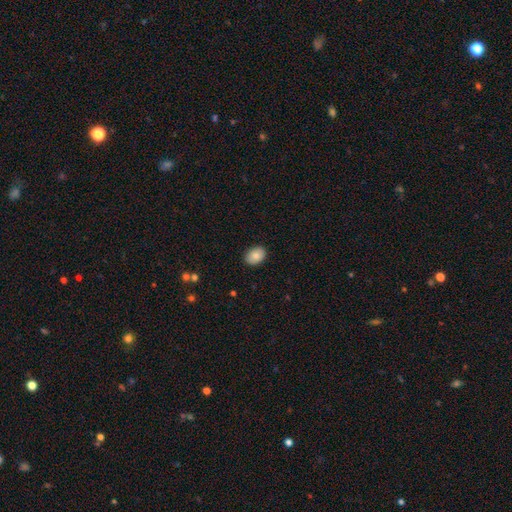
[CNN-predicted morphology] A smooth galaxy with no disk features (84%) that is in between round and cigar-shaped (77%).

Vote fractions:
- Smooth or featured? smooth: 84% / featured or disk: 9% / star or artifact: 7%
- How rounded? in between: 77% / round: 22% / cigar-shaped: 1%
- Merging? none: 88% / minor disturbance: 9% / major disturbance: 2% / merger: 1%